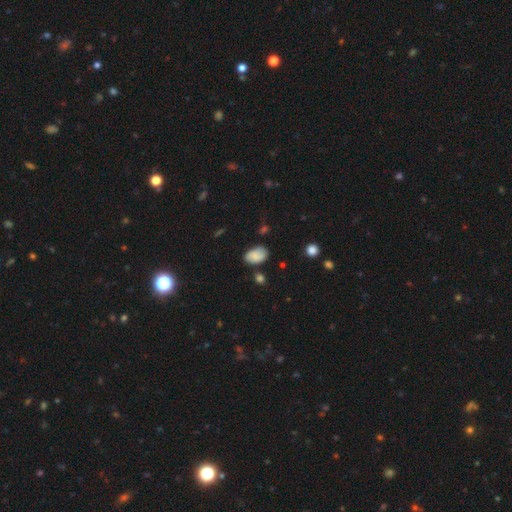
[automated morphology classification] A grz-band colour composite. It shows a smooth galaxy with no disk features (79%) that is in between round and cigar-shaped (89%). Merging: none (68%).